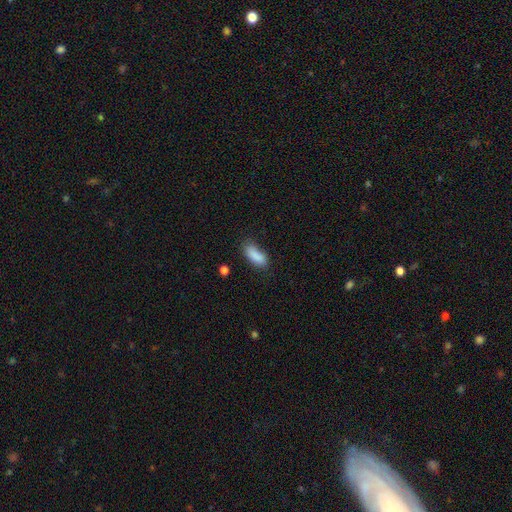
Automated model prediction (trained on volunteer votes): This is clearly a smooth galaxy (86%). How rounded: likely in between (76%). Merging: likely none (66%).